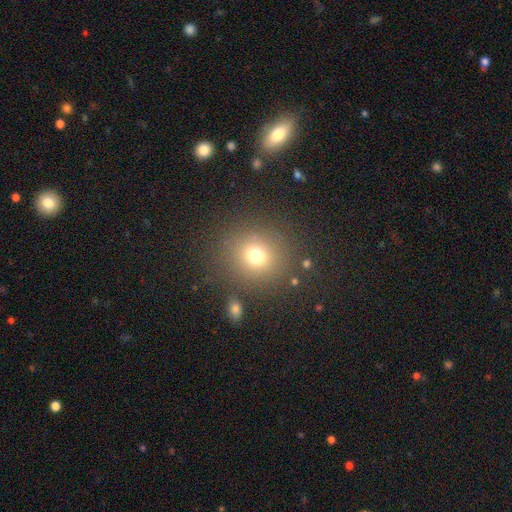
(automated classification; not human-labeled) Smooth or featured?
  - smooth: 73% *
  - star or artifact: 17%
  - featured or disk: 10%
How rounded?
  - round: 85% *
  - in between: 14%
  - cigar-shaped: 1%
Merging?
  - none: 83% *
  - minor disturbance: 9%
  - major disturbance: 5%
  - merger: 4%